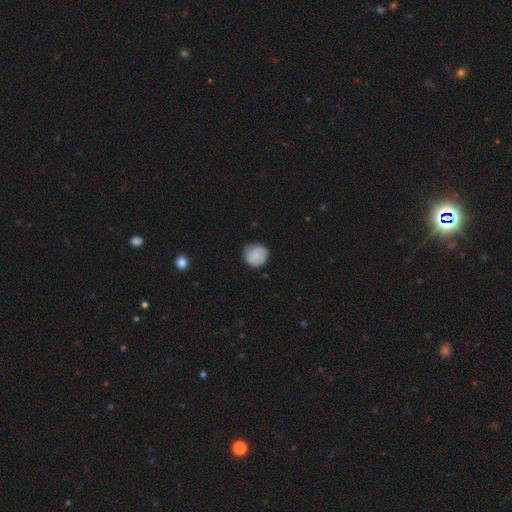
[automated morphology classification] smooth 80%, featured or disk 13%, star or artifact 7%. Down the decision tree: how rounded — round (91%); merging — none (75%).